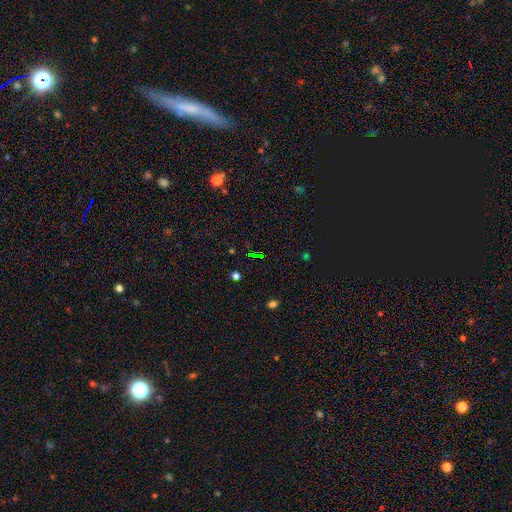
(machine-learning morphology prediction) Smooth or featured?
  - star or artifact: 66% *
  - smooth: 22%
  - featured or disk: 12%